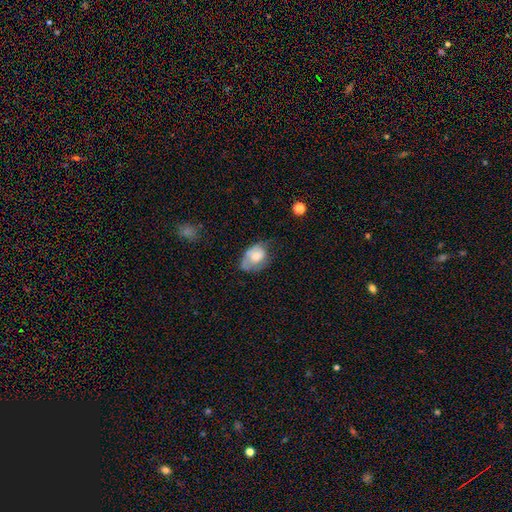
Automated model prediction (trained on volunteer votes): A smooth galaxy with no disk features (57%) that is in between round and cigar-shaped (81%). Merging: none (38%).